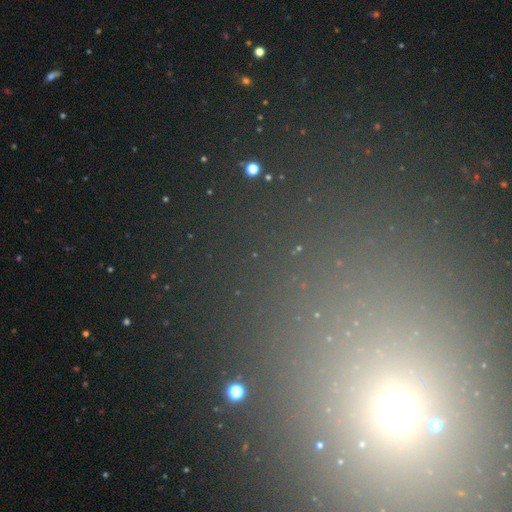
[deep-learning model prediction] Overall: star or artifact (57%; smooth 33%).